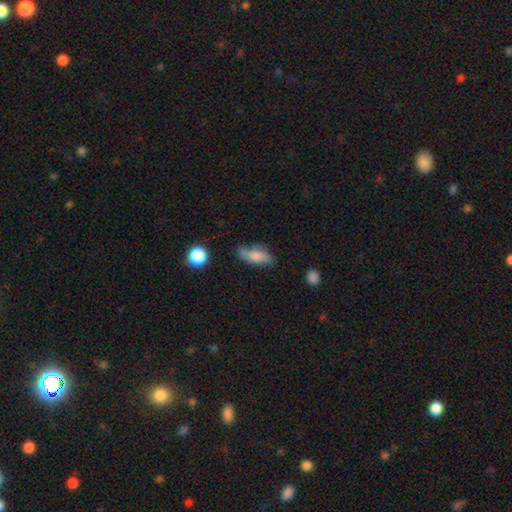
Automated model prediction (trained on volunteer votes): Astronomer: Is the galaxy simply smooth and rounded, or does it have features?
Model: smooth — 68%.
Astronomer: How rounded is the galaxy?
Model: in between — 77%.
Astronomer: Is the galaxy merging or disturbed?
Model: none — 53% (runner-up: minor disturbance, 30%).